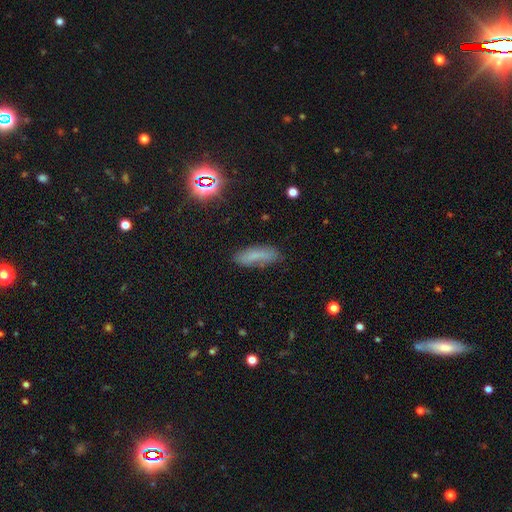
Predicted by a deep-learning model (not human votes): A smooth galaxy with no disk features (67%) that is in between round and cigar-shaped (50%). Merging: none (68%).